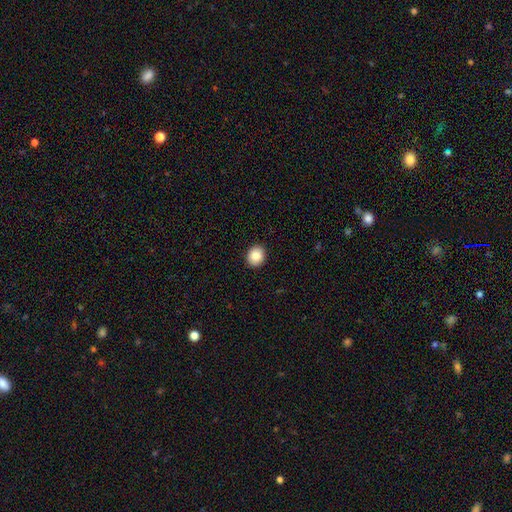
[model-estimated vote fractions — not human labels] smooth 86%, star or artifact 8%, featured or disk 5%. Down the decision tree: how rounded — round (72%); merging — none (92%).